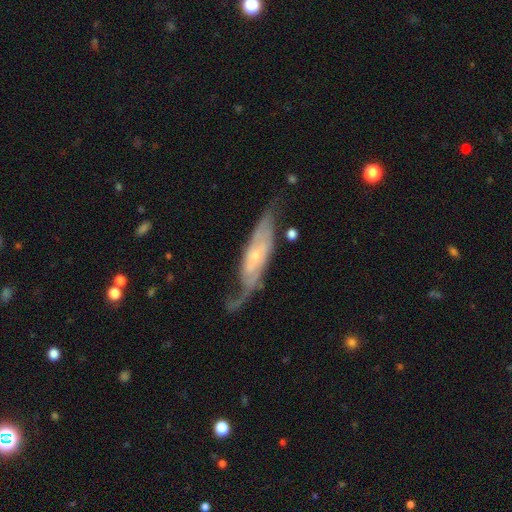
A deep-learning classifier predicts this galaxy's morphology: smooth-or-featured: featured or disk: 77% | smooth: 17% | star or artifact: 6%
  disk-edge-on: no: 76% | yes: 24%
    bar: no: 67% | weak: 25% | strong: 7%
    has-spiral-arms: yes: 86% | no: 14%
      spiral-winding: medium: 38% | tight: 35% | loose: 27%
      spiral-arm-count: 2: 55% | can't tell: 28% | 1: 9% | 3: 4% | 4: 2% | more than 4: 2%
    bulge-size: small: 71% | moderate: 23% | none: 3% | large: 2% | dominant: 1%
  merging: none: 51% | minor disturbance: 25% | major disturbance: 21% | merger: 3%